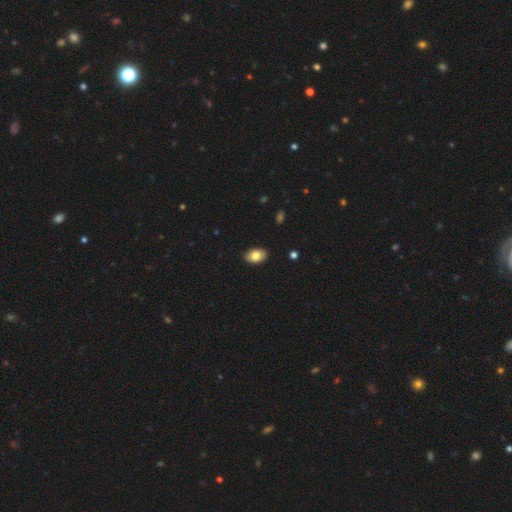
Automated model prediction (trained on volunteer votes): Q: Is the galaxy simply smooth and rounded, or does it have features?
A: smooth — 82%.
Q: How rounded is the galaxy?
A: in between — 88%.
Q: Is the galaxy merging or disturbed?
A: none — 89%.